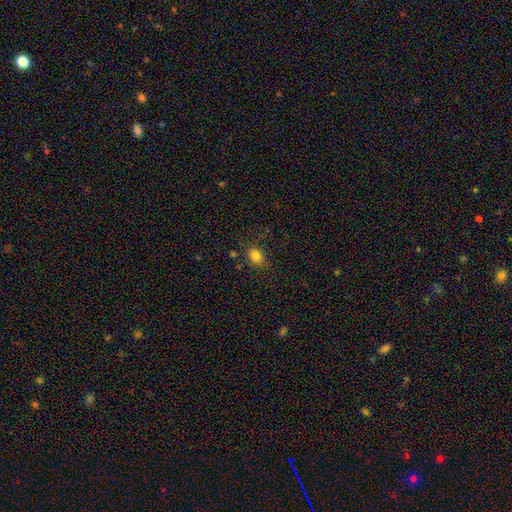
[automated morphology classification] This appears to be a smooth galaxy with no disk features (82%) that is round (55%). Merging: none (80%).